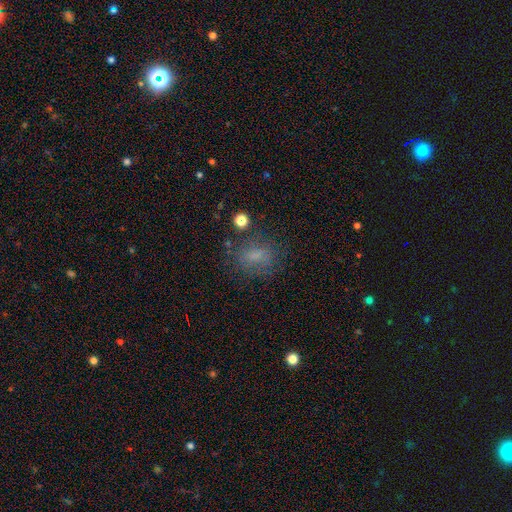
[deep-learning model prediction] Smooth or featured? Predicted: smooth (p=0.67). How rounded? Predicted: in between (p=0.63). Merging? Predicted: none (p=0.68).